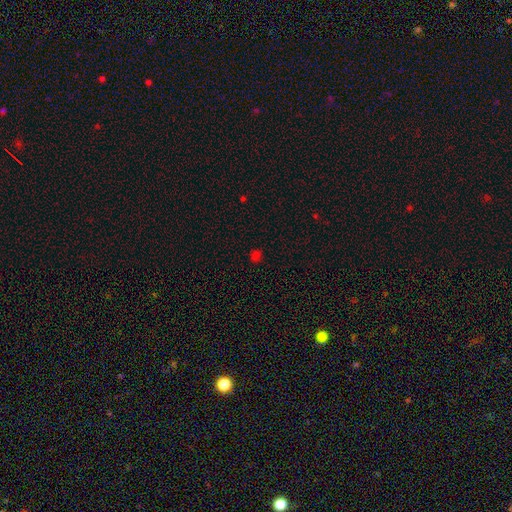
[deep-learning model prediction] Q: Smooth or featured?
A: smooth (65%); runner-up: star or artifact (30%)
Q: How rounded?
A: round (81%); runner-up: in between (18%)
Q: Merging?
A: none (85%); runner-up: minor disturbance (9%)